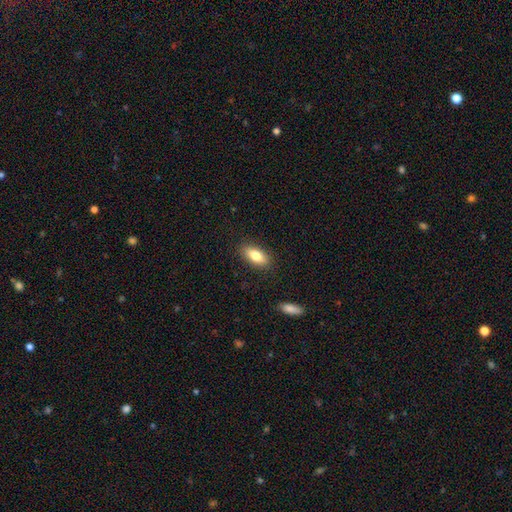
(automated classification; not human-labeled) smooth_or_featured: smooth (p=0.79) [alt: featured or disk p=0.14]
how_rounded: in between (p=0.82) [alt: cigar-shaped p=0.14]
merging: none (p=0.87) [alt: minor disturbance p=0.09]